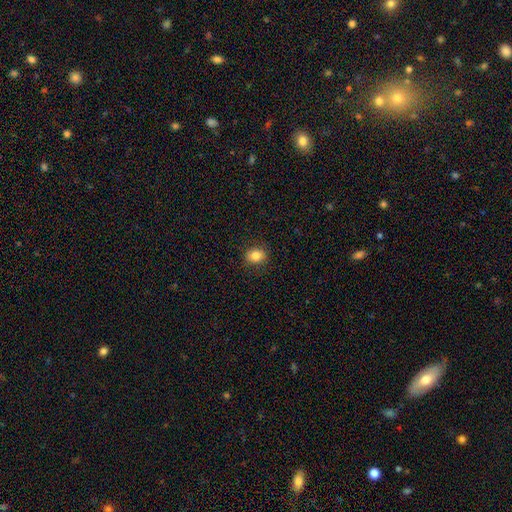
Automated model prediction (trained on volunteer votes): Morphology: type=smooth (83%); roundness=round (53%); merging=none (88%).